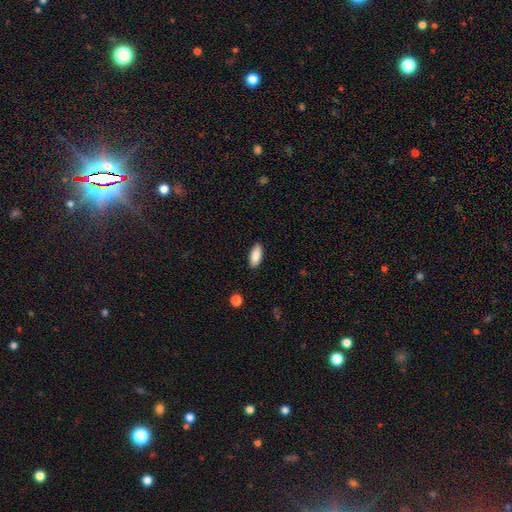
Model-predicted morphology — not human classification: A smooth galaxy with no disk features (88%) that is in between round and cigar-shaped (88%).

Vote fractions:
- Smooth or featured? smooth: 88% / star or artifact: 6% / featured or disk: 6%
- How rounded? in between: 88% / cigar-shaped: 10% / round: 2%
- Merging? none: 89% / minor disturbance: 8% / major disturbance: 2% / merger: 1%